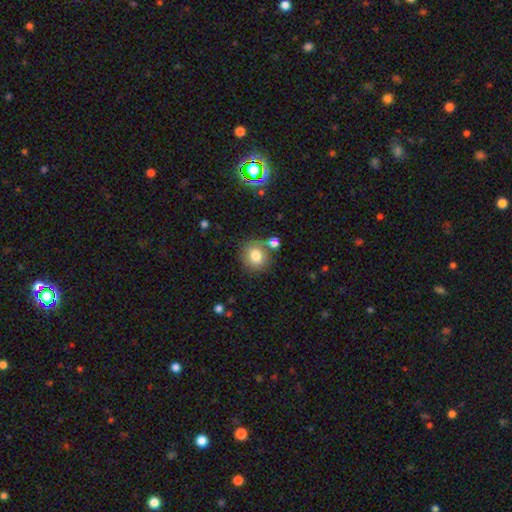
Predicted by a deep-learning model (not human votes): smooth 79%, featured or disk 11%, star or artifact 11%. Down the decision tree: how rounded — round (80%); merging — none (67%).